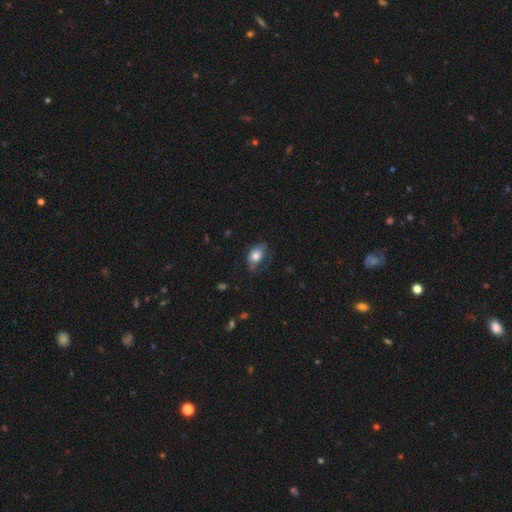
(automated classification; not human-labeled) A smooth galaxy with no disk features (71%) that is in between round and cigar-shaped (85%).

Vote fractions:
- Smooth or featured? smooth: 71% / featured or disk: 21% / star or artifact: 7%
- How rounded? in between: 85% / round: 14% / cigar-shaped: 2%
- Merging? none: 47% / minor disturbance: 31% / major disturbance: 21% / merger: 2%